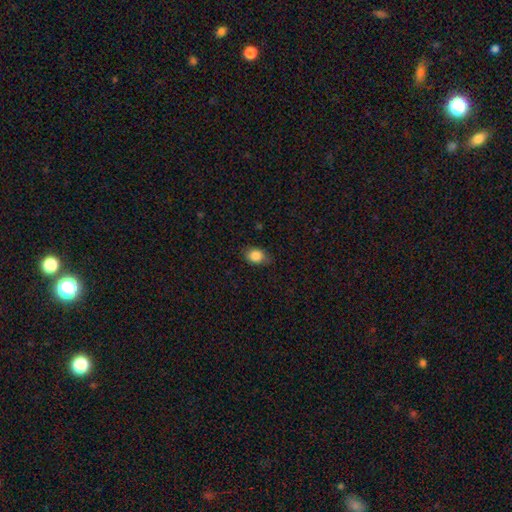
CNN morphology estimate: type=smooth (86%); roundness=in between (65%); merging=none (76%).